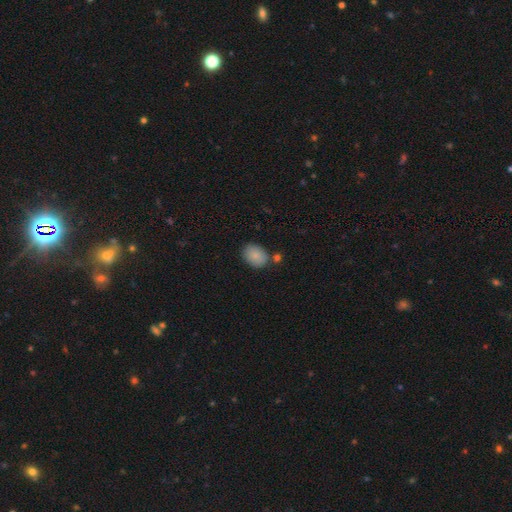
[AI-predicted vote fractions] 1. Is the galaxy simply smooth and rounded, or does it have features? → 87% smooth, 8% star or artifact, 6% featured or disk.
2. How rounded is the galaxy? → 76% in between, 23% round, 1% cigar-shaped.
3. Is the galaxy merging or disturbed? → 73% none, 14% minor disturbance, 9% merger, 4% major disturbance.